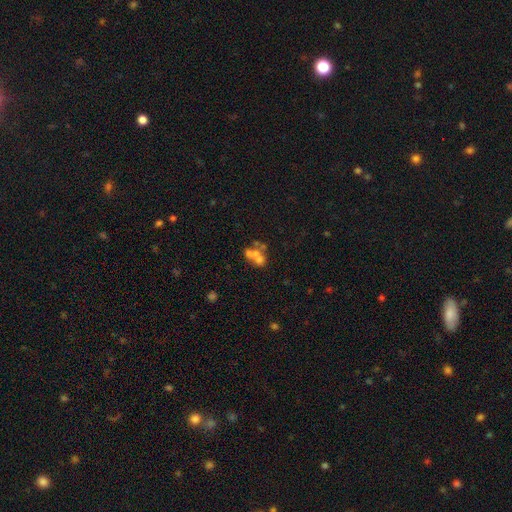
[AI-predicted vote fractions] Smooth or featured? smooth (46%)
Merging? merger (55%)